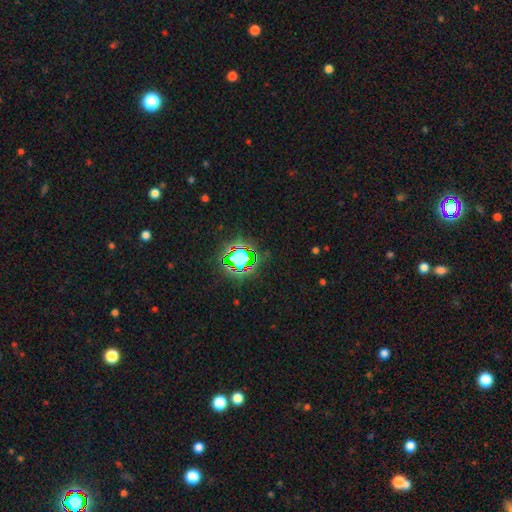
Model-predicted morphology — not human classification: smooth-or-featured: star or artifact: 81% | smooth: 12% | featured or disk: 7%